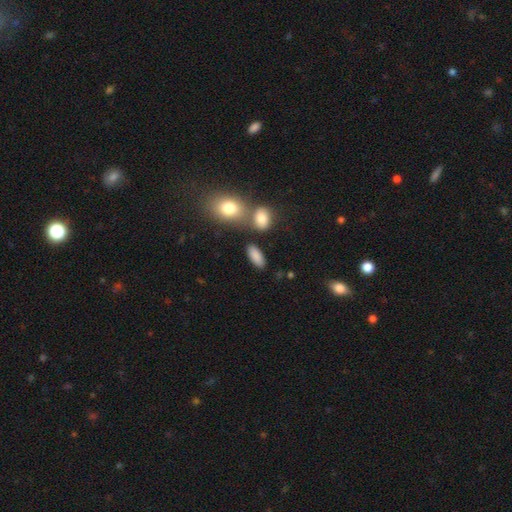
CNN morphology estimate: Q: Smooth or featured?
A: smooth (85%); runner-up: star or artifact (8%)
Q: How rounded?
A: in between (82%); runner-up: cigar-shaped (12%)
Q: Merging?
A: none (79%); runner-up: minor disturbance (10%)